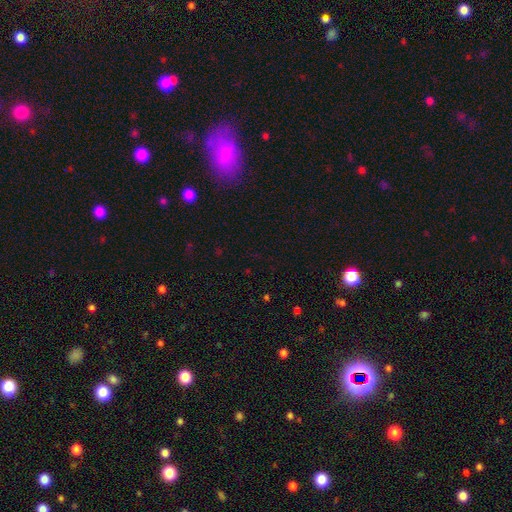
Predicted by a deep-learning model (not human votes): Smooth or featured: star or artifact — 69% (smooth — 24%)